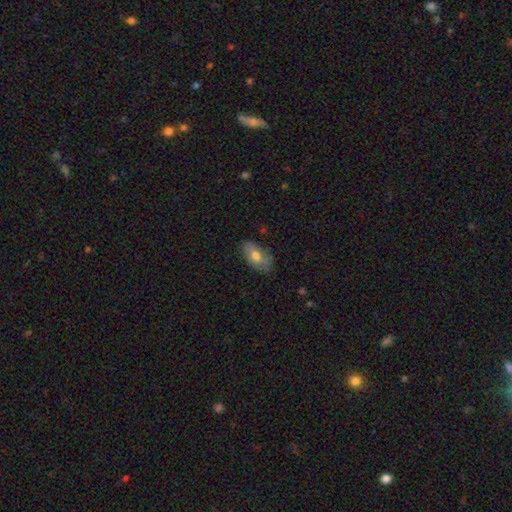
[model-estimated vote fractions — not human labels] A smooth galaxy with no disk features (69%) that is in between round and cigar-shaped (92%).

Vote fractions:
- Smooth or featured? smooth: 69% / featured or disk: 24% / star or artifact: 7%
- How rounded? in between: 92% / round: 5% / cigar-shaped: 3%
- Merging? none: 77% / minor disturbance: 18% / major disturbance: 4% / merger: 1%